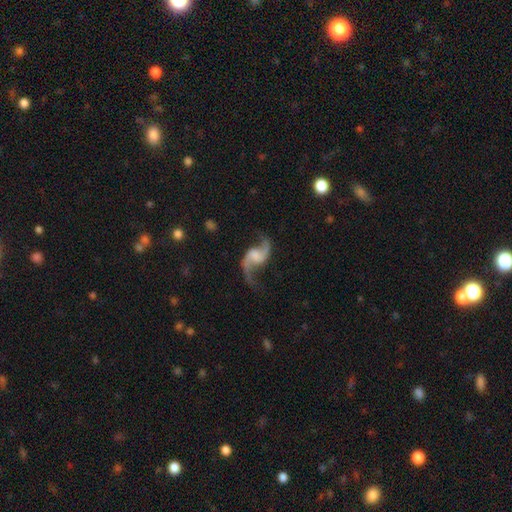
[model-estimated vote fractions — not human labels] Smooth or featured? Predicted: featured or disk (p=0.91). Edge-on disk? Predicted: no (p=0.98). Bar? Predicted: no (p=0.45). Spiral arms? Predicted: yes (p=0.98). Spiral winding? Predicted: loose (p=0.82). Spiral arm count? Predicted: 2 (p=0.94). Bulge size? Predicted: none (p=0.44). Merging? Predicted: none (p=0.76).